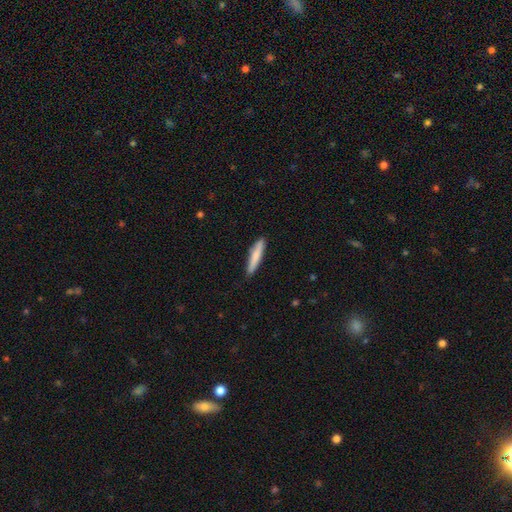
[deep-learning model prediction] Overall: smooth (78%). How rounded: cigar-shaped (90%). Merging: none (88%).